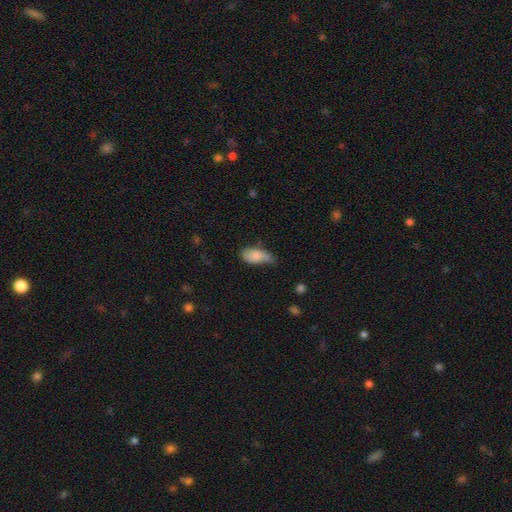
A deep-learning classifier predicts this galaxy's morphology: Smooth or featured? smooth (78%)
How rounded? in between (89%)
Merging? minor disturbance (48%)